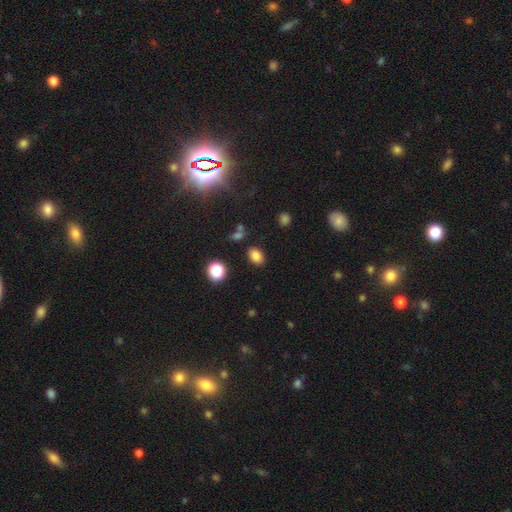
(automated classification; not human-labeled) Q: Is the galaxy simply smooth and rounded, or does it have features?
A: smooth — 82%.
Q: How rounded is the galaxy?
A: in between — 78%.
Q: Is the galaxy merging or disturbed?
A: none — 83%.